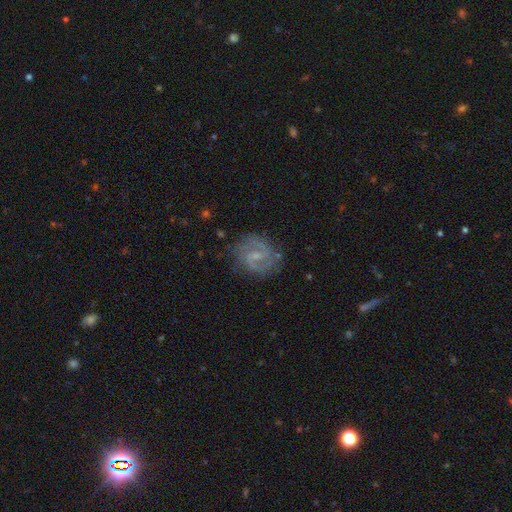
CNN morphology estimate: Smooth or featured? Predicted: featured or disk (p=0.84). Edge-on disk? Predicted: no (p=0.98). Bar? Predicted: weak (p=0.60). Spiral arms? Predicted: yes (p=0.96). Spiral winding? Predicted: medium (p=0.54). Spiral arm count? Predicted: 2 (p=0.89). Bulge size? Predicted: small (p=0.61). Merging? Predicted: none (p=0.78).